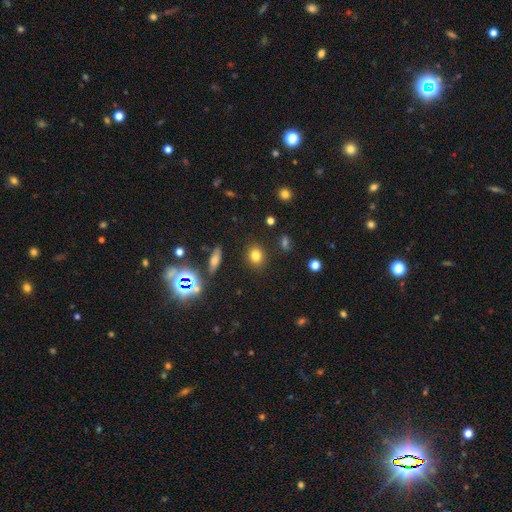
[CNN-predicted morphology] A smooth galaxy with no disk features (78%) that is round (63%).

Vote fractions:
- Smooth or featured? smooth: 78% / star or artifact: 15% / featured or disk: 8%
- How rounded? round: 63% / in between: 35% / cigar-shaped: 2%
- Merging? none: 87% / minor disturbance: 8% / major disturbance: 3% / merger: 2%